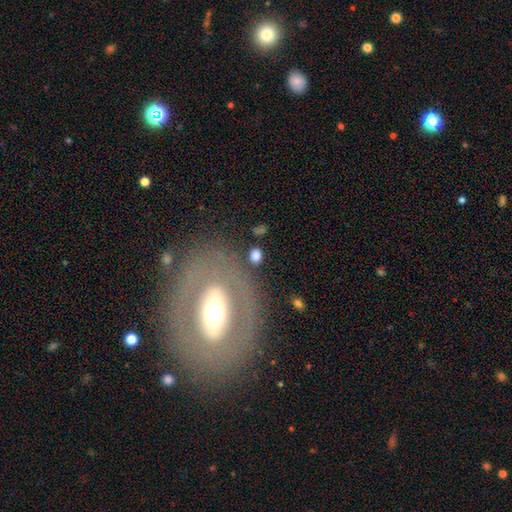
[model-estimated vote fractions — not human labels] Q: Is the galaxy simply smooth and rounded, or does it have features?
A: smooth — 75%.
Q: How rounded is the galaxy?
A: in between — 54%.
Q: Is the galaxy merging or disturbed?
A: none — 79%.